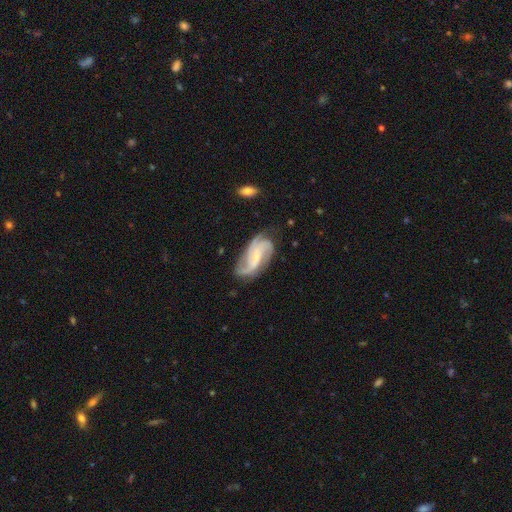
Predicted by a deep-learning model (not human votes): Smooth or featured? featured or disk (86%)
Edge-on disk? no (97%)
Bar? weak (44%)
Spiral arms? yes (97%)
Spiral winding? medium (47%)
Spiral arm count? 3 (43%)
Bulge size? small (61%)
Merging? none (68%)